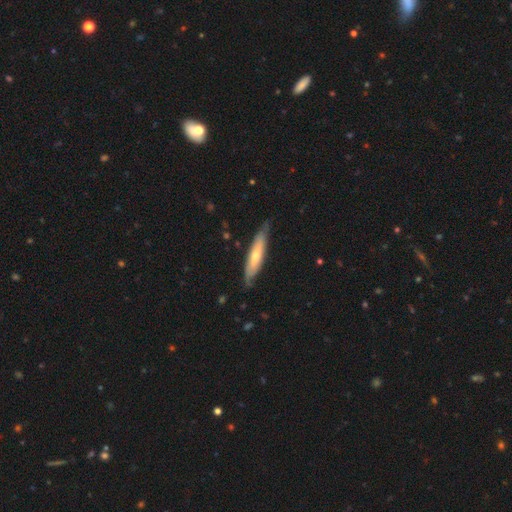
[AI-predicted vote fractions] Morphology: type=smooth (48%); merging=none (71%).